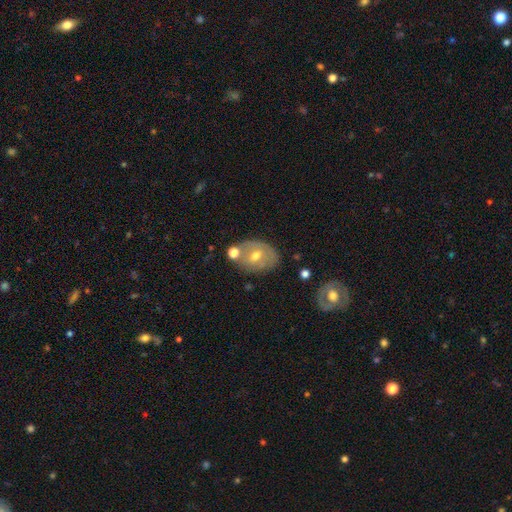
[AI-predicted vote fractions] featured or disk 47%, smooth 44%, star or artifact 9%. Down the decision tree: merging — none (60%).